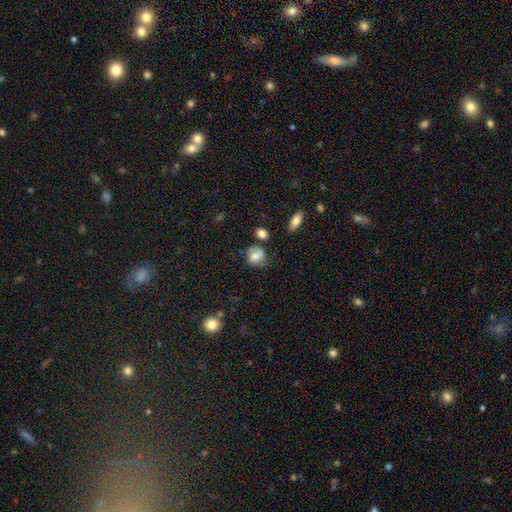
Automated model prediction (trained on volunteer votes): smooth_or_featured: smooth (p=0.72) [alt: featured or disk p=0.19]
how_rounded: round (p=0.67) [alt: in between p=0.31]
merging: none (p=0.59) [alt: minor disturbance p=0.26]